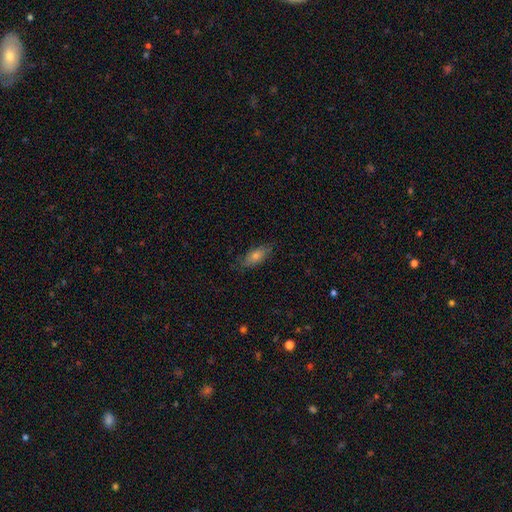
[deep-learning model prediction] Morphology: type=smooth (57%); roundness=in between (68%); merging=none (78%).